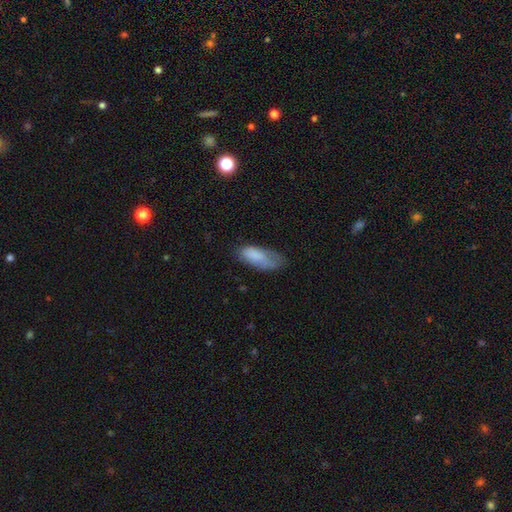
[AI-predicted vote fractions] A smooth galaxy with no disk features (79%) that is in between round and cigar-shaped (80%).

Vote fractions:
- Smooth or featured? smooth: 79% / featured or disk: 13% / star or artifact: 8%
- How rounded? in between: 80% / cigar-shaped: 18% / round: 2%
- Merging? none: 40% / minor disturbance: 37% / major disturbance: 21% / merger: 2%